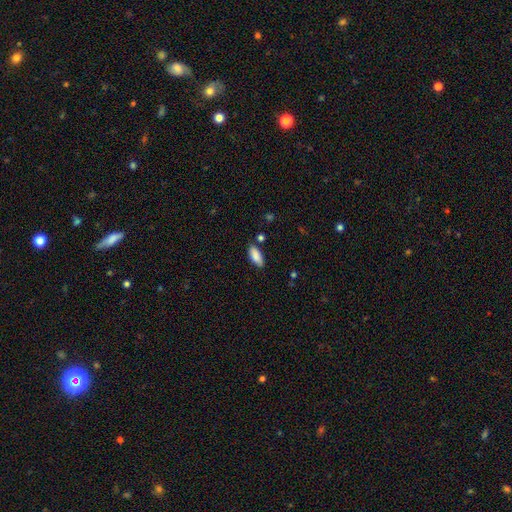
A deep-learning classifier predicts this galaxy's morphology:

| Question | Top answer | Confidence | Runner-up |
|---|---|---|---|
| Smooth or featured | smooth | 87% | star or artifact (6%) |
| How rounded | in between | 82% | cigar-shaped (16%) |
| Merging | none | 82% | minor disturbance (13%) |